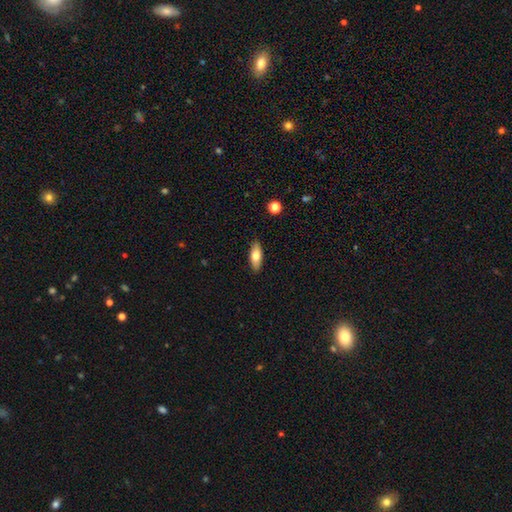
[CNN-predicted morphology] smooth 72%, featured or disk 21%, star or artifact 7%. Down the decision tree: how rounded — in between (72%); merging — none (87%).